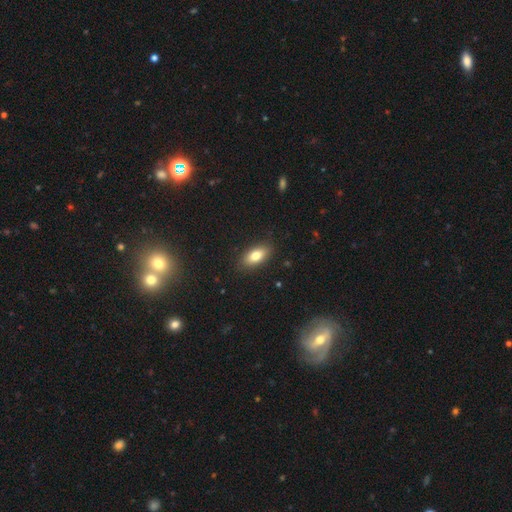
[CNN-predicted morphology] Smooth or featured? Predicted: smooth (p=0.80). How rounded? Predicted: in between (p=0.87). Merging? Predicted: none (p=0.87).